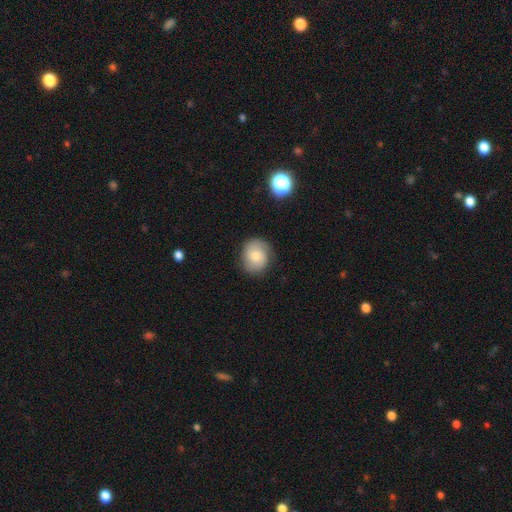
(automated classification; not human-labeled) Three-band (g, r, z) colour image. It shows a smooth galaxy with no disk features (64%) that is round (67%). Merging: none (77%).